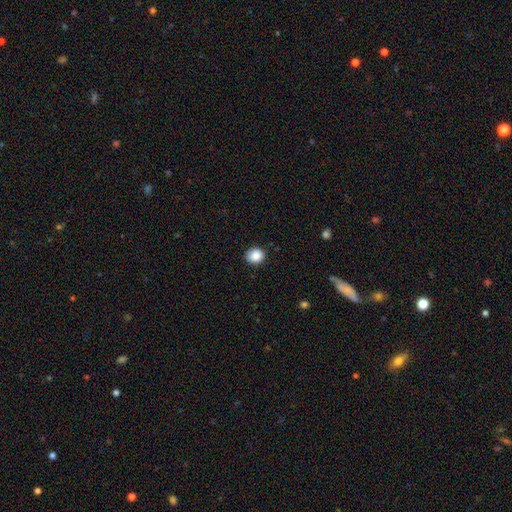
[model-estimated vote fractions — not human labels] This is clearly a smooth galaxy (87%). How rounded: likely round (79%). Merging: clearly none (88%).